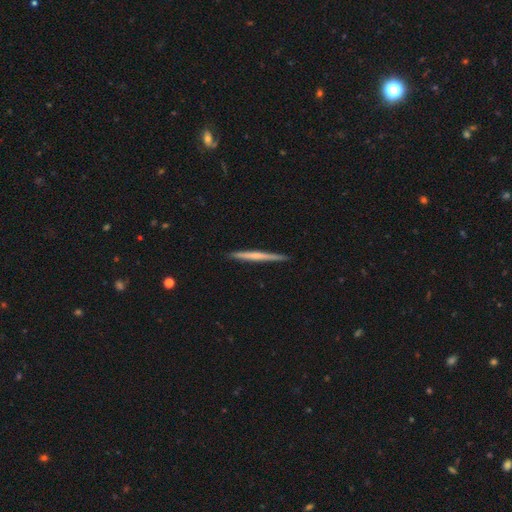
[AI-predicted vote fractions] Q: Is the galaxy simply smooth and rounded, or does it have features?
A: featured or disk — 50%.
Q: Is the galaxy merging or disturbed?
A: none — 92%.